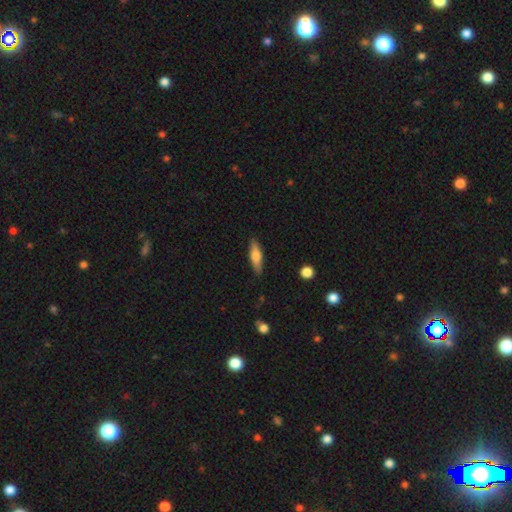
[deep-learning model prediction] Overall: smooth (61%; featured or disk 32%). How rounded: cigar-shaped (59%; in between 38%). Merging: none (86%).